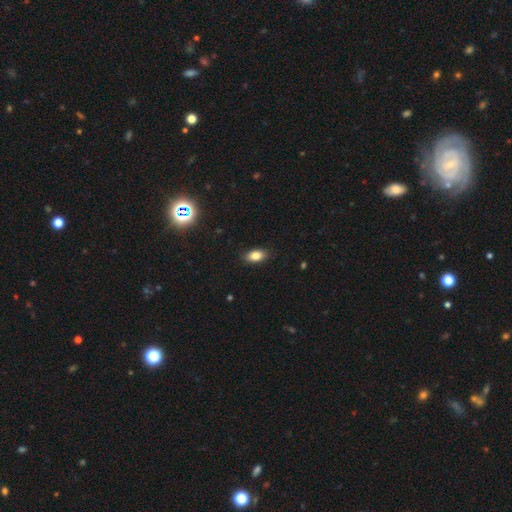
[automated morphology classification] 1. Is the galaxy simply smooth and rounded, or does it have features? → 83% smooth, 10% star or artifact, 8% featured or disk.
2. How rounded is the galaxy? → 89% in between, 8% round, 4% cigar-shaped.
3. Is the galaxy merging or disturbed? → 87% none, 10% minor disturbance, 2% major disturbance, 1% merger.